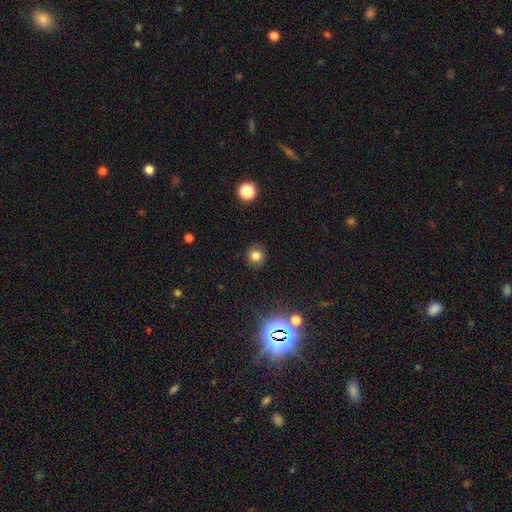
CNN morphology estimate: A smooth galaxy with no disk features (79%) that is round (90%).

Vote fractions:
- Smooth or featured? smooth: 79% / star or artifact: 15% / featured or disk: 6%
- How rounded? round: 90% / in between: 9% / cigar-shaped: 1%
- Merging? none: 89% / minor disturbance: 7% / major disturbance: 2% / merger: 1%